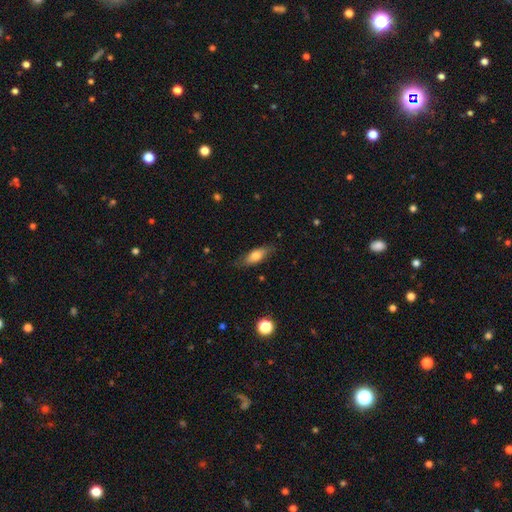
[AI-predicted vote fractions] A smooth galaxy with no disk features (70%) that is in between round and cigar-shaped (70%). Merging: none (78%).